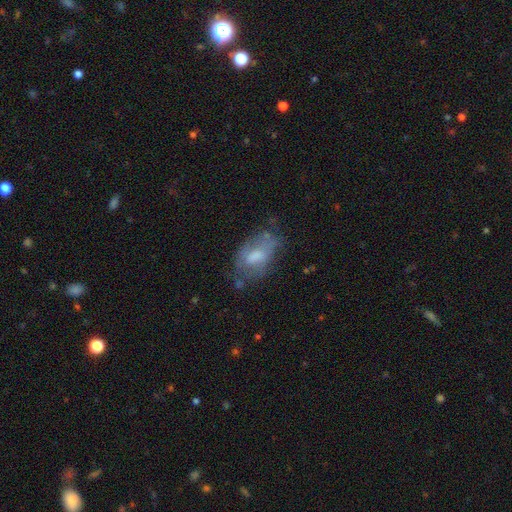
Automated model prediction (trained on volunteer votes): Q: Smooth or featured?
A: smooth (47%); runner-up: featured or disk (43%)
Q: Merging?
A: none (51%); runner-up: minor disturbance (28%)